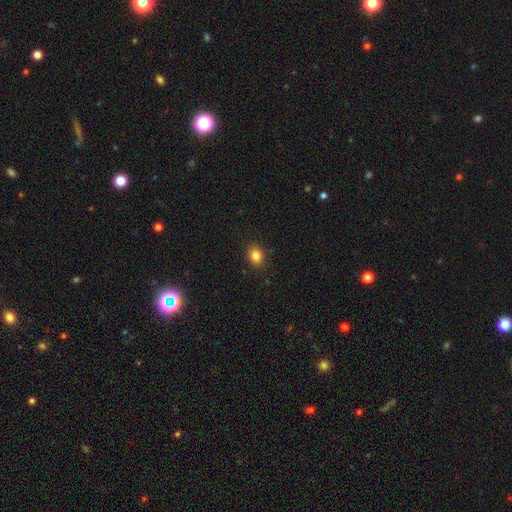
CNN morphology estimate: Smooth or featured? smooth (84%)
How rounded? round (52%)
Merging? none (89%)